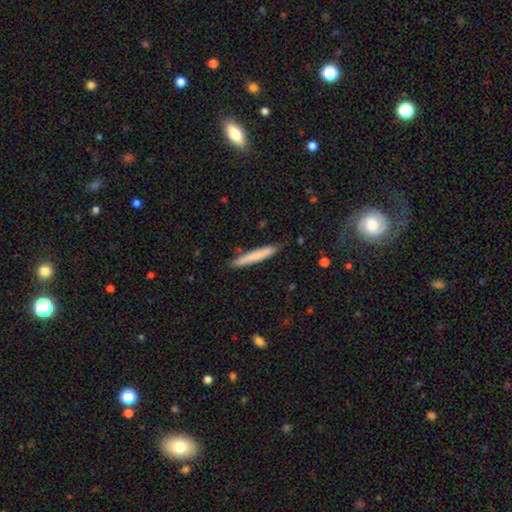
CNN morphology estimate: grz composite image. It shows a smooth galaxy with no disk features (74%) that is cigar-shaped (95%). Merging: none (86%).